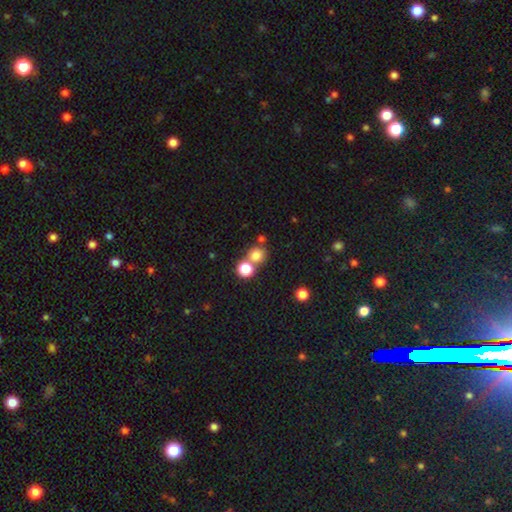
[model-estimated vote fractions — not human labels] Smooth or featured: smooth — 78% (star or artifact — 14%)
How rounded: round — 87% (in between — 12%)
Merging: none — 58% (merger — 33%)